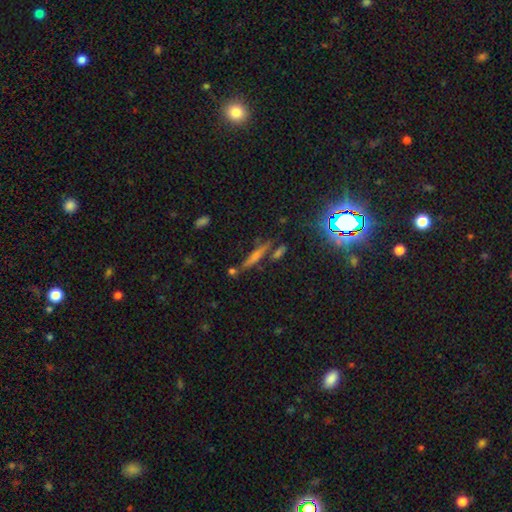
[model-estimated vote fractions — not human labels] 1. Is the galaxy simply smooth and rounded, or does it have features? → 51% smooth, 34% featured or disk, 15% star or artifact.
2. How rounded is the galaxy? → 84% cigar-shaped, 12% in between, 4% round.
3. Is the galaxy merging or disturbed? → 65% none, 15% merger, 15% minor disturbance, 5% major disturbance.